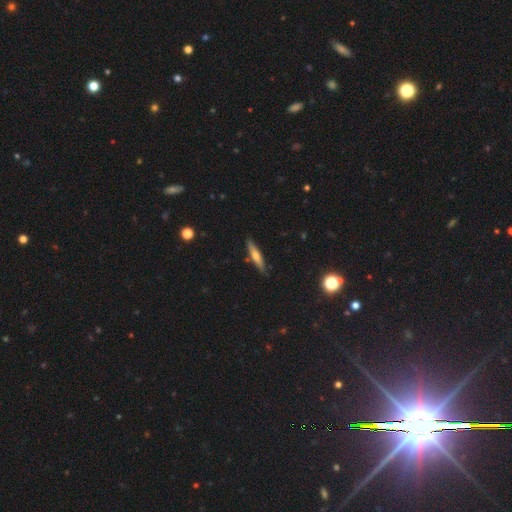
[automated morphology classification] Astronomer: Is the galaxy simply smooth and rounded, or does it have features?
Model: smooth — 51% (runner-up: featured or disk, 42%).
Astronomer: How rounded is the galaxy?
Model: cigar-shaped — 85%.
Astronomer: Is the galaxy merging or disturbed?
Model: none — 86%.